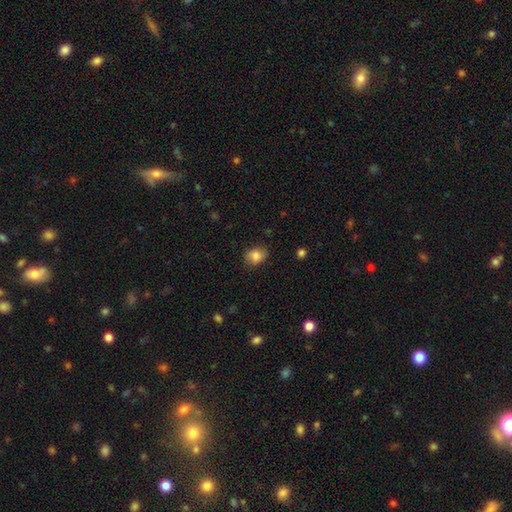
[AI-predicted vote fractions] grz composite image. It shows a smooth galaxy with no disk features (84%) that is in between round and cigar-shaped (60%). Merging: none (76%).